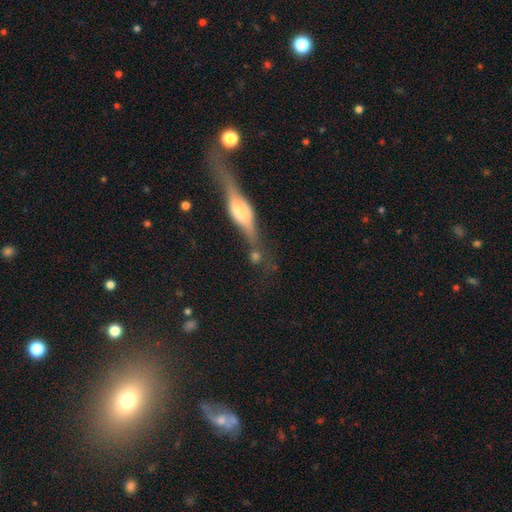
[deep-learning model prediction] Smooth or featured? featured or disk (77%)
Edge-on disk? yes (90%)
Edge-on bulge? rounded (78%)
Merging? none (64%)